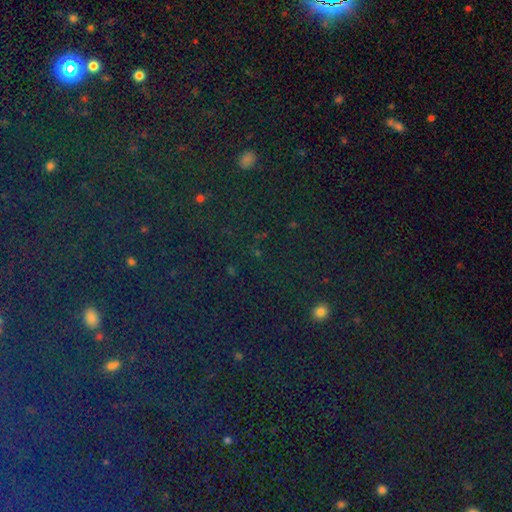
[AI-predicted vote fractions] star or artifact 79%, smooth 13%, featured or disk 8%.